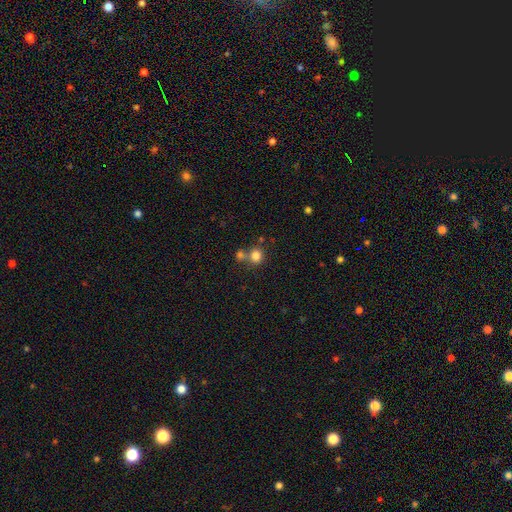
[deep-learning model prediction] smooth_or_featured: smooth (p=0.81) [alt: star or artifact p=0.12]
how_rounded: round (p=0.82) [alt: in between p=0.17]
merging: none (p=0.55) [alt: merger p=0.33]